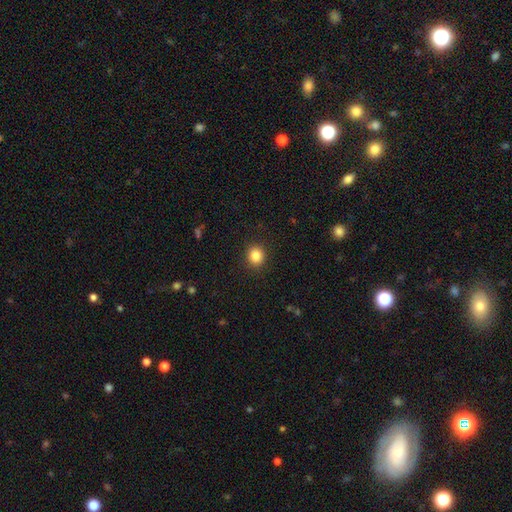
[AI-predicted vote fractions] Smooth or featured? smooth (85%)
How rounded? round (80%)
Merging? none (91%)